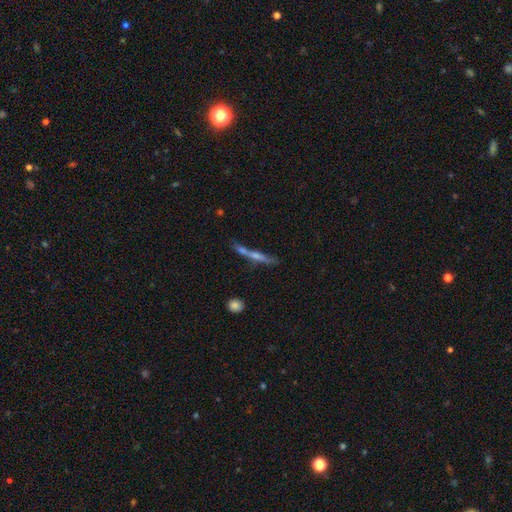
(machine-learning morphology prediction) Smooth or featured?
  - featured or disk: 56% *
  - smooth: 36%
  - star or artifact: 9%
Edge-on disk?
  - yes: 93% *
  - no: 7%
Edge-on bulge?
  - rounded: 53% *
  - none: 37%
  - boxy: 11%
Merging?
  - none: 65% *
  - minor disturbance: 15%
  - merger: 14%
  - major disturbance: 5%